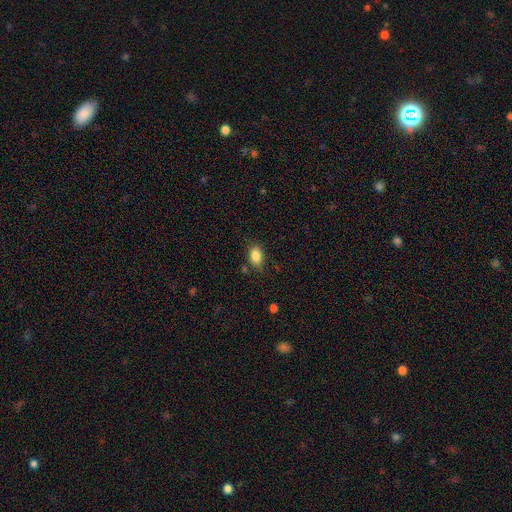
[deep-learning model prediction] Morphology: type=smooth (86%); roundness=in between (82%); merging=none (80%).